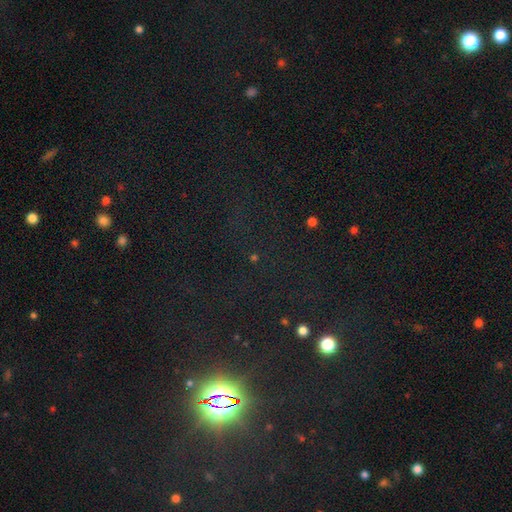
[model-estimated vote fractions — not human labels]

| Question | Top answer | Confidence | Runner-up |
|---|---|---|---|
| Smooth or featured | star or artifact | 80% | smooth (13%) |